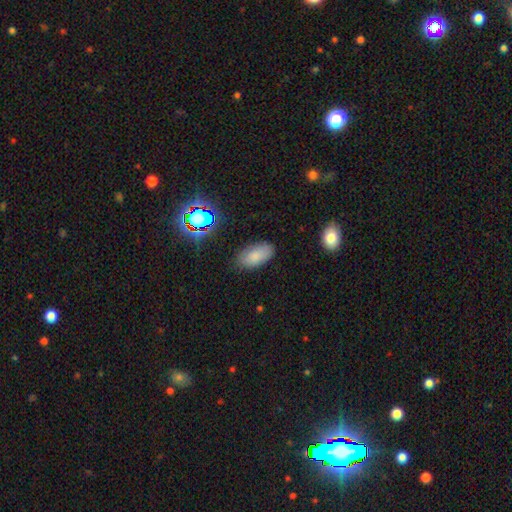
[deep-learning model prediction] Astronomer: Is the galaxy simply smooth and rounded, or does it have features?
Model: smooth — 81%.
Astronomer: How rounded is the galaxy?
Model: in between — 93%.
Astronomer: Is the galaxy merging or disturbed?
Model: none — 82%.